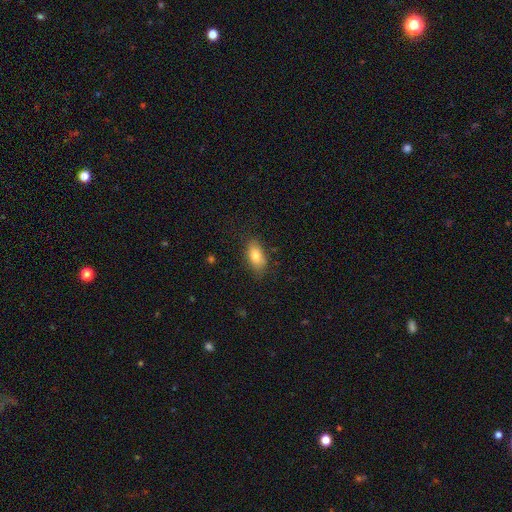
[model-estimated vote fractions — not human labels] Smooth or featured? Predicted: smooth (p=0.79). How rounded? Predicted: in between (p=0.87). Merging? Predicted: none (p=0.79).